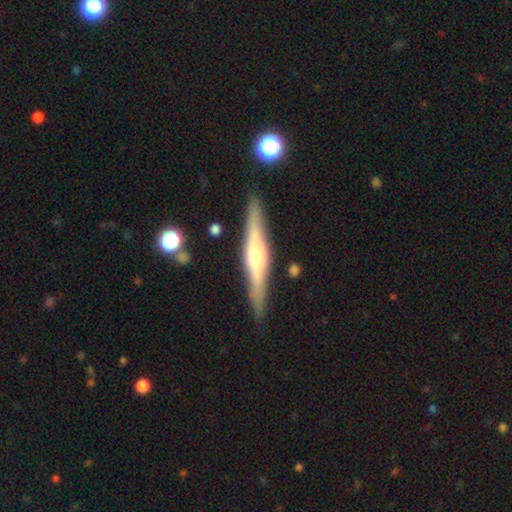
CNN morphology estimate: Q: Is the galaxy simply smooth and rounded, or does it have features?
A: featured or disk — 72%.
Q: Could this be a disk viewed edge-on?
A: yes — 97%.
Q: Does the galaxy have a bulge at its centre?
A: rounded — 79%.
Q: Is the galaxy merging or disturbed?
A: none — 89%.